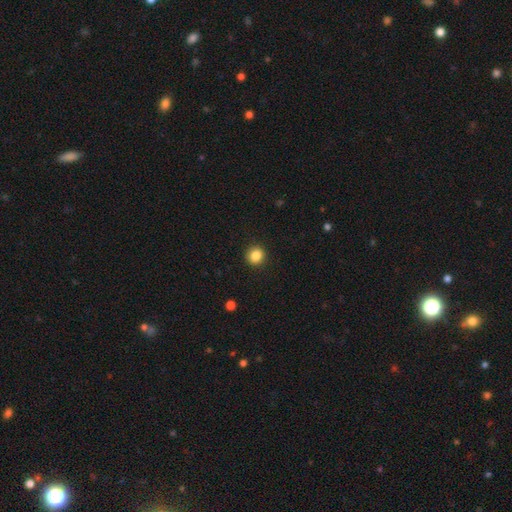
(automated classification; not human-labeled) smooth_or_featured: smooth (p=0.86) [alt: star or artifact p=0.10]
how_rounded: round (p=0.89) [alt: in between p=0.10]
merging: none (p=0.92) [alt: minor disturbance p=0.05]